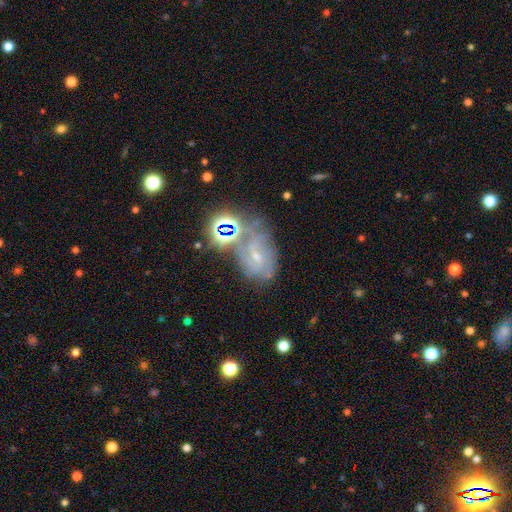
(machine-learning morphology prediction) A featured or disk galaxy (56%) with a weak bar (47%), spiral arms (84%) and a small central bulge (66%).

Vote fractions:
- Smooth or featured? featured or disk: 56% / star or artifact: 27% / smooth: 17%
- Edge-on disk? no: 96% / yes: 4%
- Bar? weak: 47% / no: 37% / strong: 16%
- Spiral arms? yes: 84% / no: 16%
- Bulge size? small: 66% / moderate: 26% / none: 5% / large: 2% / dominant: 1%
- Merging? none: 47% / minor disturbance: 20% / merger: 19% / major disturbance: 14%